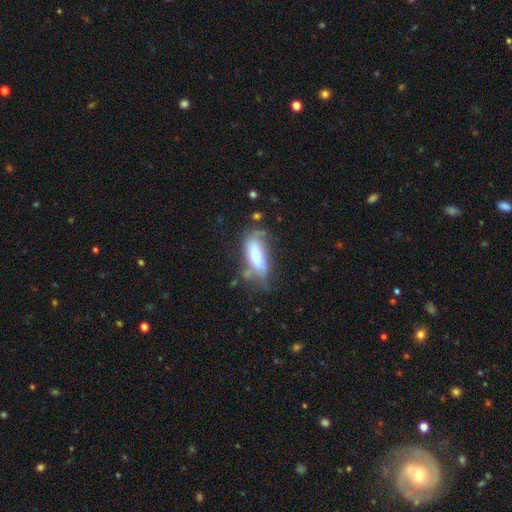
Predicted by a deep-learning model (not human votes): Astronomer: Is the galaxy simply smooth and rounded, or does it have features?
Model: smooth — 57% (runner-up: featured or disk, 36%).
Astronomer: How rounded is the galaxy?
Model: in between — 70%.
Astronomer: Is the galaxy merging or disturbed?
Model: none — 46% (runner-up: minor disturbance, 30%).